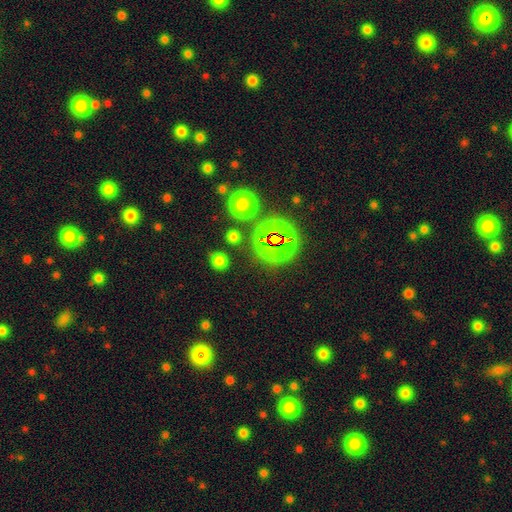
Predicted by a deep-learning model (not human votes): A star or artifact, not a galaxy (72%).

Vote fractions:
- Smooth or featured? star or artifact: 72% / smooth: 17% / featured or disk: 11%